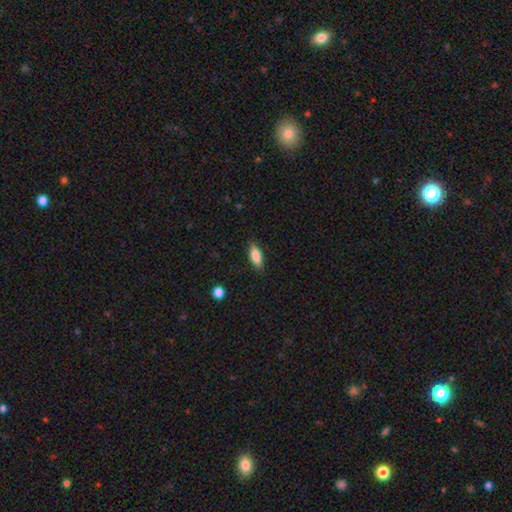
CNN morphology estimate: A smooth galaxy with no disk features (83%) that is in between round and cigar-shaped (76%).

Vote fractions:
- Smooth or featured? smooth: 83% / featured or disk: 10% / star or artifact: 7%
- How rounded? in between: 76% / cigar-shaped: 21% / round: 2%
- Merging? none: 85% / minor disturbance: 12% / major disturbance: 2% / merger: 1%